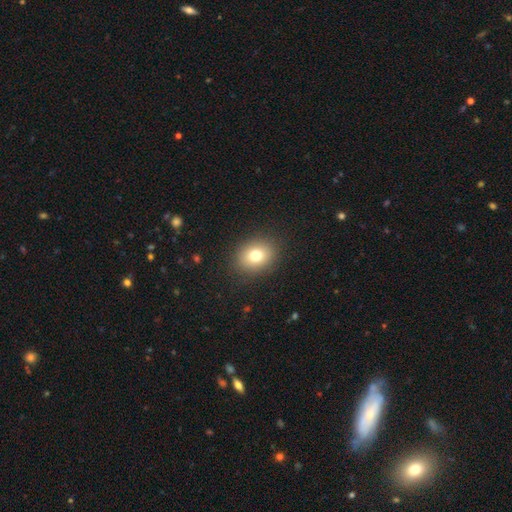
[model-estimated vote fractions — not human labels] This appears to be a smooth galaxy with no disk features (77%) that is round (50%). Merging: none (88%).